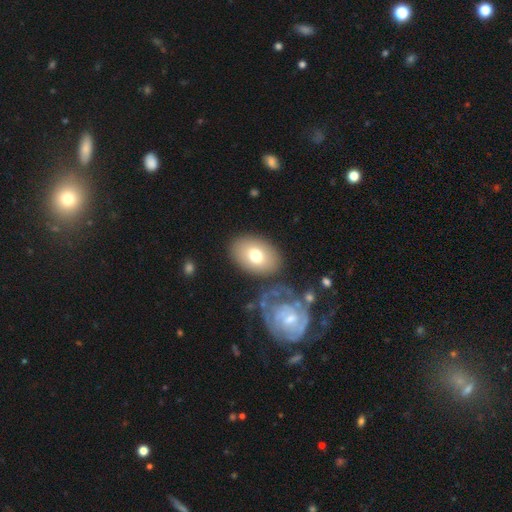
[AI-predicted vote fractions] Smooth or featured?
  - smooth: 72% *
  - featured or disk: 21%
  - star or artifact: 7%
How rounded?
  - in between: 80% *
  - round: 18%
  - cigar-shaped: 1%
Merging?
  - none: 77% *
  - minor disturbance: 12%
  - merger: 7%
  - major disturbance: 5%